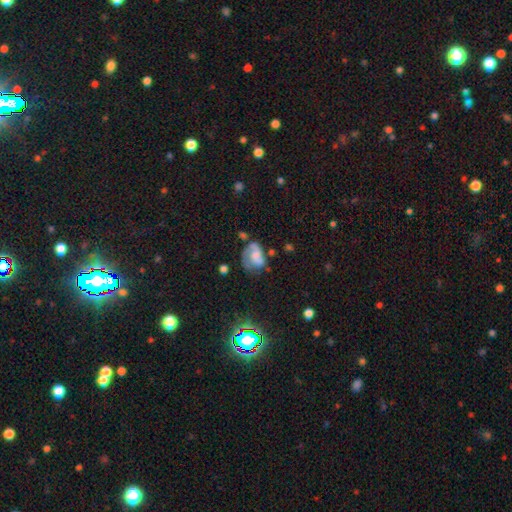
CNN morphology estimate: Smooth or featured? Predicted: featured or disk (p=0.55). Edge-on disk? Predicted: no (p=0.97). Bar? Predicted: no (p=0.65). Spiral arms? Predicted: yes (p=0.72). Bulge size? Predicted: moderate (p=0.36). Merging? Predicted: none (p=0.35).